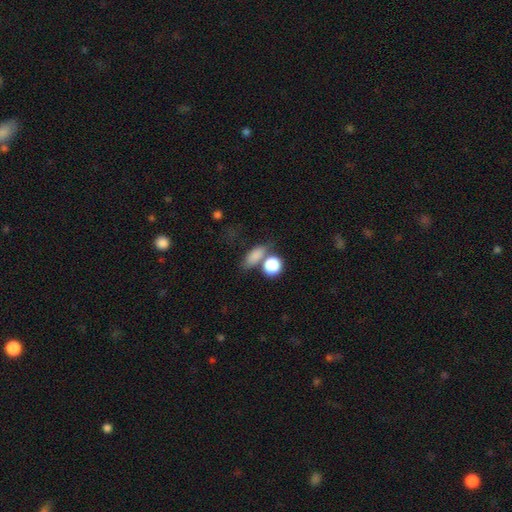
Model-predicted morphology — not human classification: Smooth or featured? smooth (83%)
How rounded? in between (63%)
Merging? none (51%)